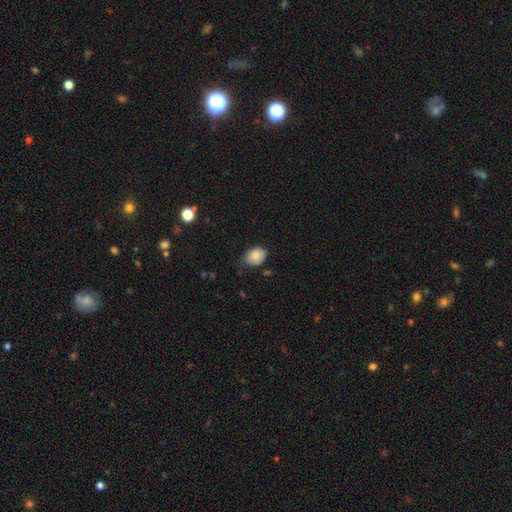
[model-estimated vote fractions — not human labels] smooth_or_featured: smooth (p=0.83) [alt: featured or disk p=0.09]
how_rounded: in between (p=0.64) [alt: round p=0.35]
merging: none (p=0.60) [alt: minor disturbance p=0.32]